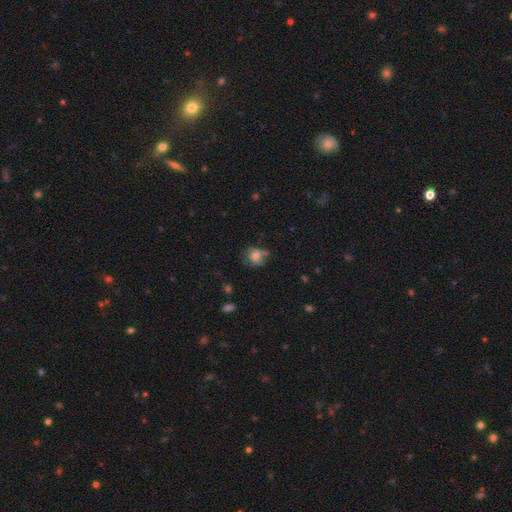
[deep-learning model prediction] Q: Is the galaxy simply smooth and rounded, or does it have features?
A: smooth — 58%.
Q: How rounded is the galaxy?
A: round — 62%.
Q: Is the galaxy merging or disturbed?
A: none — 49%.